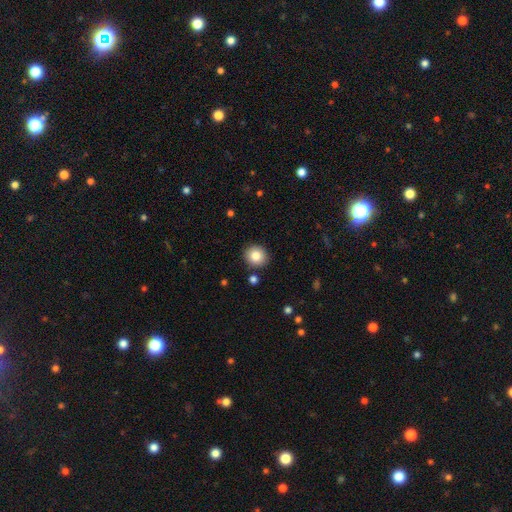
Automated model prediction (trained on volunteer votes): A smooth galaxy with no disk features (82%) that is round (87%).

Vote fractions:
- Smooth or featured? smooth: 82% / star or artifact: 10% / featured or disk: 8%
- How rounded? round: 87% / in between: 12% / cigar-shaped: 1%
- Merging? none: 88% / minor disturbance: 7% / merger: 3% / major disturbance: 2%